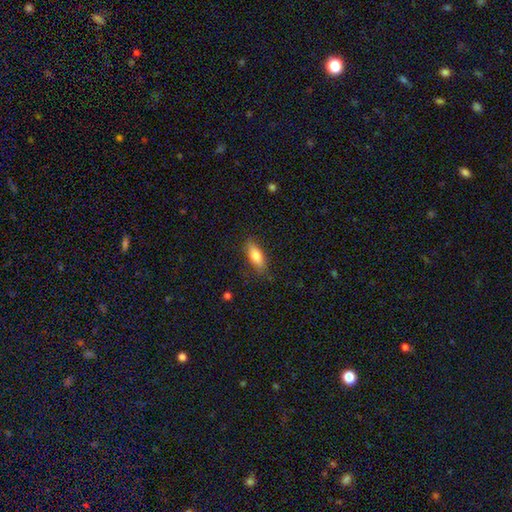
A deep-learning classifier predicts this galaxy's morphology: Overall: smooth (78%). How rounded: in between (76%). Merging: none (82%).